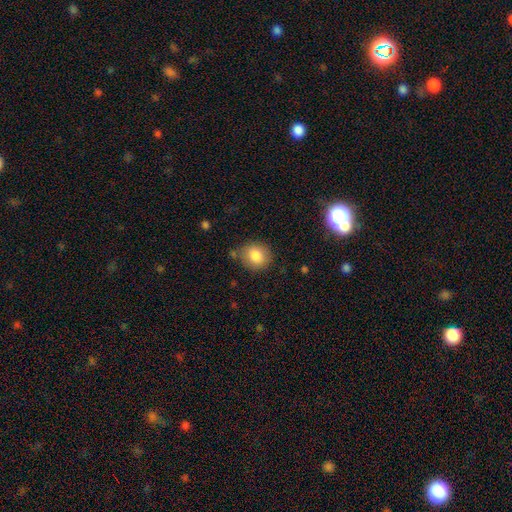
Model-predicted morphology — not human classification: The model was most divided on "how rounded": round: 77%, in between: 22%, cigar-shaped: 1%. More confident: smooth or featured — smooth (83%); merging — none (76%).